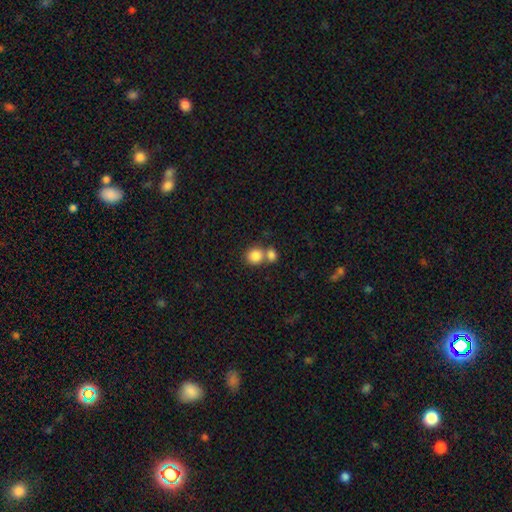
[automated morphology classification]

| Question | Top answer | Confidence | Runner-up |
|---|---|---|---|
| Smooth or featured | smooth | 84% | star or artifact (9%) |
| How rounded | round | 83% | in between (16%) |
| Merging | merger | 45% | tied: none (45%) |